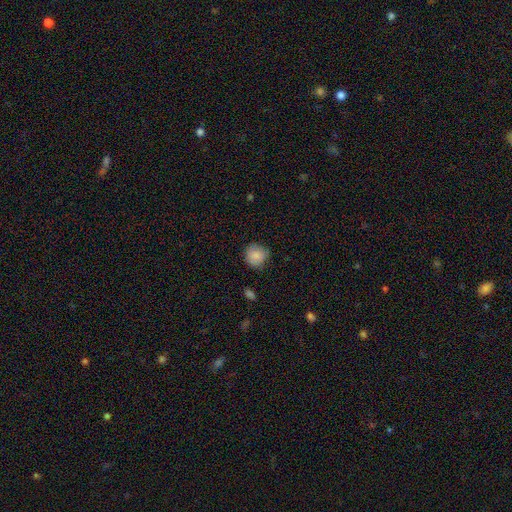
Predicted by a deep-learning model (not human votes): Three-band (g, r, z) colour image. It shows a smooth galaxy with no disk features (86%) that is round (89%). Merging: none (79%).